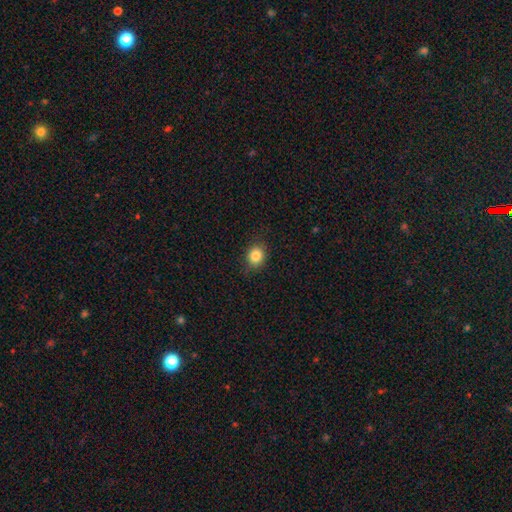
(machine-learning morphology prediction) smooth_or_featured: smooth (p=0.85) [alt: star or artifact p=0.10]
how_rounded: round (p=0.65) [alt: in between p=0.35]
merging: none (p=0.86) [alt: minor disturbance p=0.11]